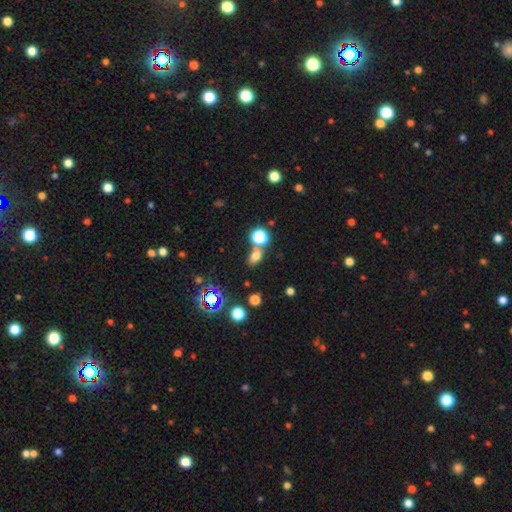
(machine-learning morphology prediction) smooth-or-featured: smooth: 67% | star or artifact: 24% | featured or disk: 9%
  how-rounded: in between: 64% | round: 34% | cigar-shaped: 2%
  merging: none: 64% | merger: 21% | minor disturbance: 11% | major disturbance: 4%